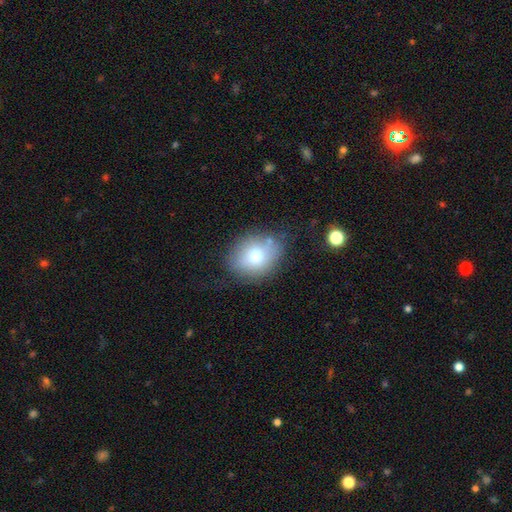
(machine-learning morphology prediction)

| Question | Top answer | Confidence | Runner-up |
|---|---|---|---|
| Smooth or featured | smooth | 71% | featured or disk (18%) |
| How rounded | round | 51% | in between (48%) |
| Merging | none | 72% | minor disturbance (18%) |